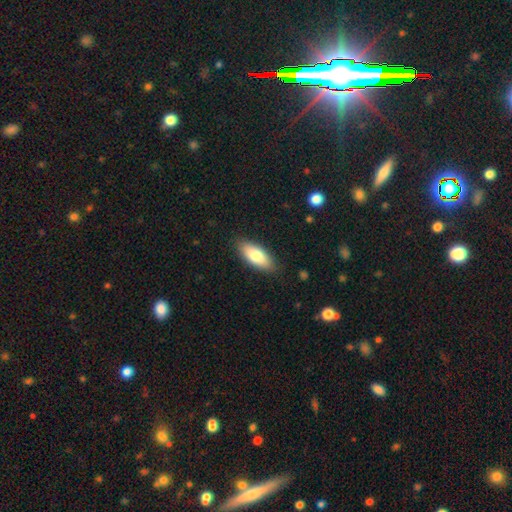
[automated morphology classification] The model was most divided on "smooth or featured": smooth: 80%, featured or disk: 14%, star or artifact: 6%. More confident: merging — none (87%); how rounded — in between (82%).